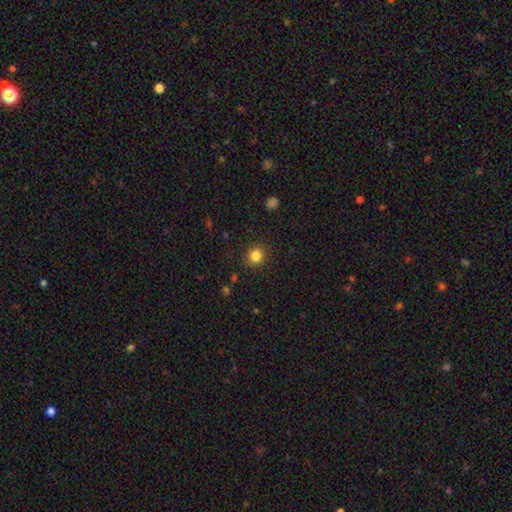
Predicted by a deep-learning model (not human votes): A smooth galaxy with no disk features (83%) that is round (86%). Merging: none (90%).